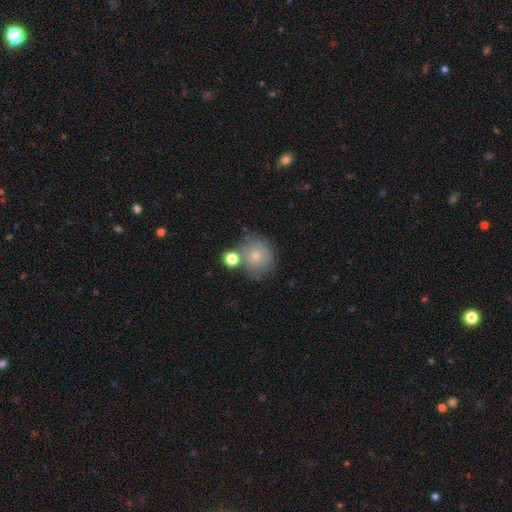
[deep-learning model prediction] Overall: smooth (72%). How rounded: round (81%). Merging: none (59%).